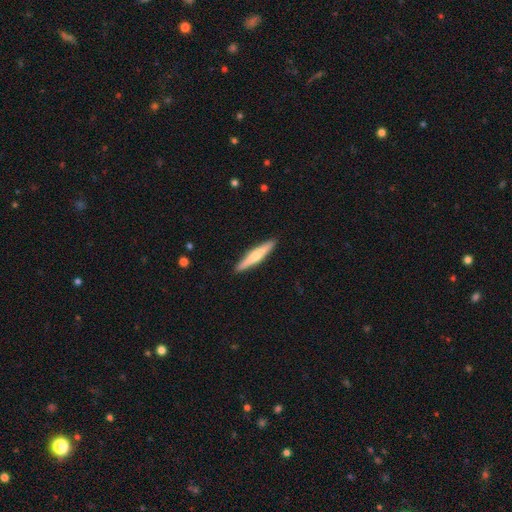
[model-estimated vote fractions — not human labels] Q: Smooth or featured?
A: smooth (48%); runner-up: featured or disk (47%)
Q: Merging?
A: none (91%); runner-up: minor disturbance (6%)